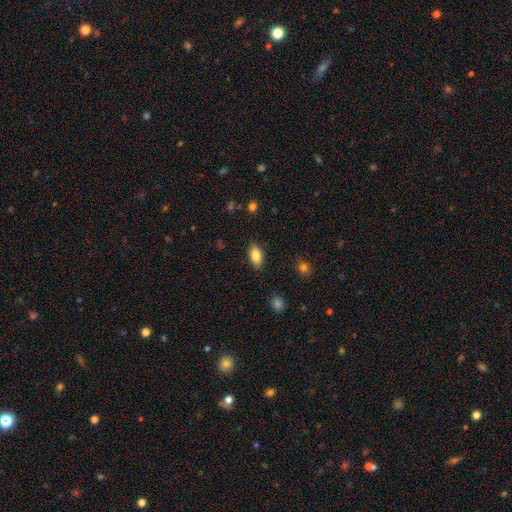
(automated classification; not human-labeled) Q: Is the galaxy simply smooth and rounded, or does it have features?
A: smooth — 82%.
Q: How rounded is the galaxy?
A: in between — 89%.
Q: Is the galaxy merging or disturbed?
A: none — 86%.